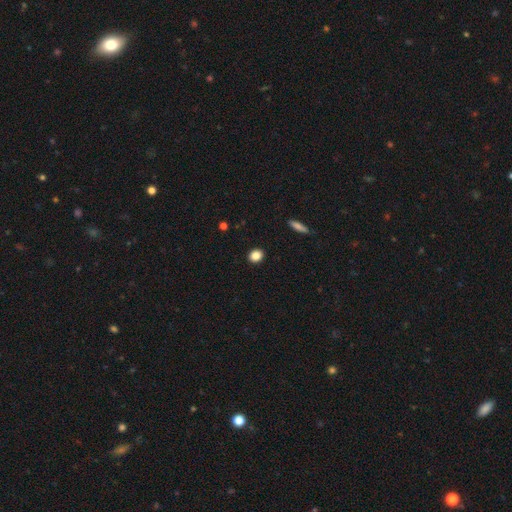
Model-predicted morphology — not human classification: smooth 86%, star or artifact 10%, featured or disk 4%. Down the decision tree: how rounded — round (66%); merging — none (91%).